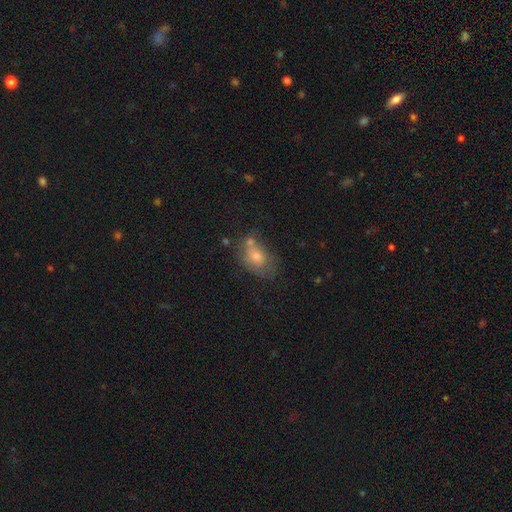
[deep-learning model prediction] Q: Smooth or featured?
A: smooth (58%); runner-up: featured or disk (27%)
Q: How rounded?
A: in between (75%); runner-up: round (23%)
Q: Merging?
A: none (45%); runner-up: minor disturbance (24%)